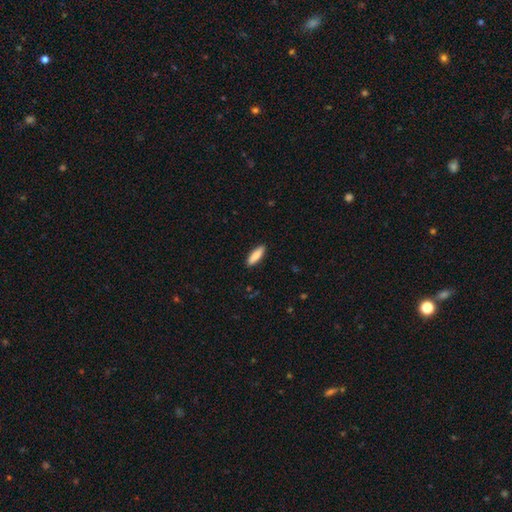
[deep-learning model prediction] smooth-or-featured: smooth: 86% | featured or disk: 9% | star or artifact: 6%
  how-rounded: cigar-shaped: 54% | in between: 44% | round: 2%
  merging: none: 90% | minor disturbance: 8% | major disturbance: 2% | merger: 1%